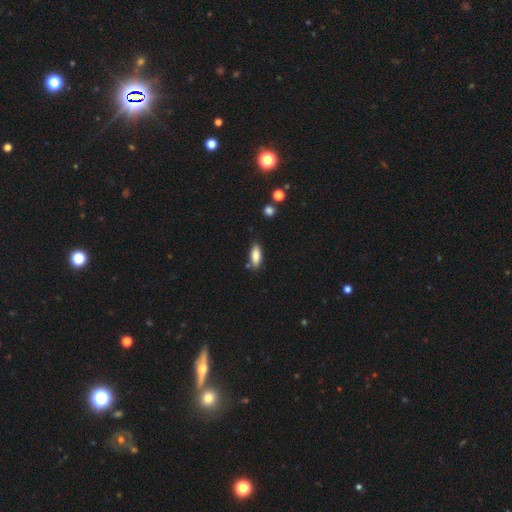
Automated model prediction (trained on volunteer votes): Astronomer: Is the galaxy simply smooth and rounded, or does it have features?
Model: smooth — 83%.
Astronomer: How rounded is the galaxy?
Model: in between — 72%.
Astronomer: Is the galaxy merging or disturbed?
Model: none — 79%.